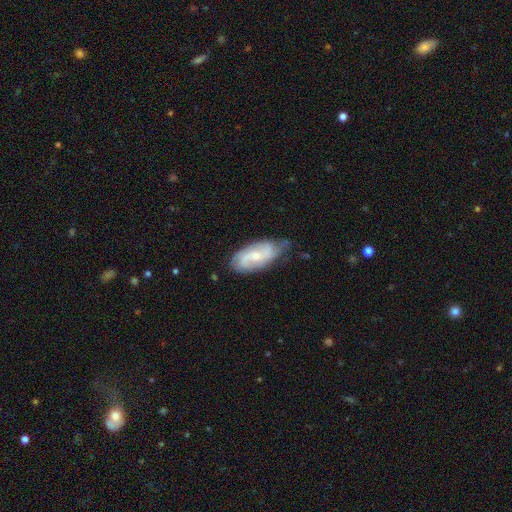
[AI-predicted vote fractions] smooth_or_featured: featured or disk (p=0.75) [alt: smooth p=0.19]
disk_edge_on: no (p=0.94) [alt: yes p=0.06]
bar: no (p=0.50) [alt: weak p=0.41]
has_spiral_arms: yes (p=0.94) [alt: no p=0.06]
spiral_winding: medium (p=0.45) [alt: tight p=0.30]
spiral_arm_count: 2 (p=0.56) [alt: can't tell p=0.19]
bulge_size: small (p=0.58) [alt: moderate p=0.36]
merging: none (p=0.68) [alt: minor disturbance p=0.25]